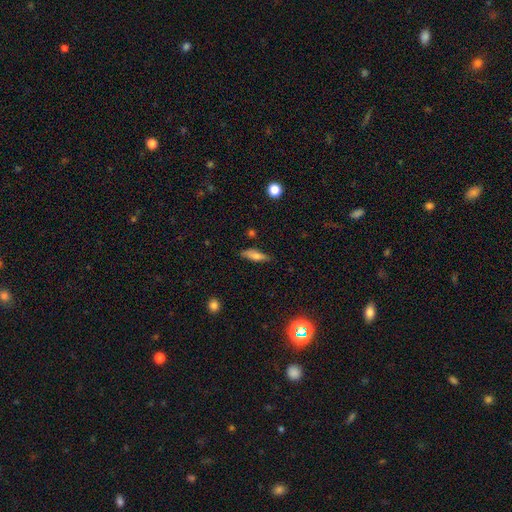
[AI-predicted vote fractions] smooth_or_featured: smooth (p=0.66) [alt: featured or disk p=0.26]
how_rounded: cigar-shaped (p=0.53) [alt: in between p=0.44]
merging: none (p=0.79) [alt: minor disturbance p=0.16]